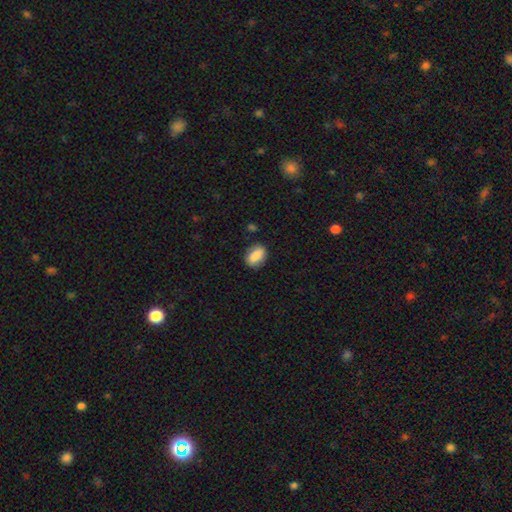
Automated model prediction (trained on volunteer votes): Morphology: type=smooth (84%); roundness=in between (80%); merging=none (83%).